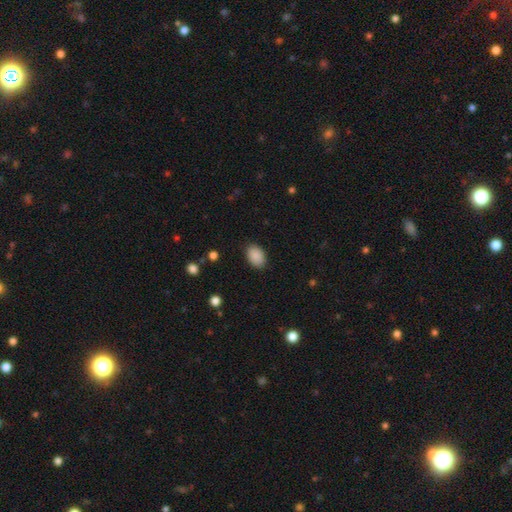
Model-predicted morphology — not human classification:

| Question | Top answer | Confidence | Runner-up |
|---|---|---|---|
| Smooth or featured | smooth | 89% | star or artifact (8%) |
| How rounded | in between | 85% | round (14%) |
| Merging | none | 87% | minor disturbance (9%) |